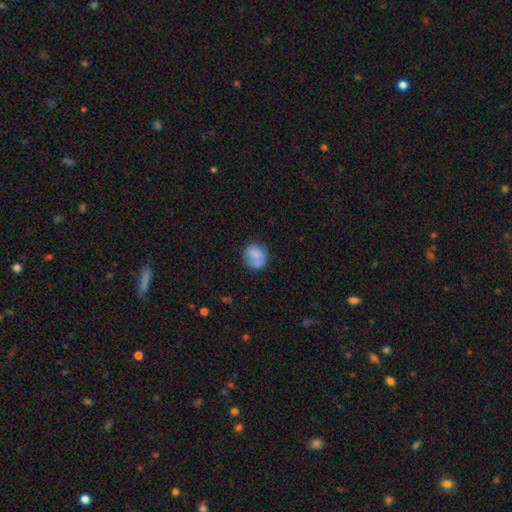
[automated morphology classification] smooth-or-featured: smooth: 72% | featured or disk: 19% | star or artifact: 8%
  how-rounded: round: 78% | in between: 21% | cigar-shaped: 1%
  merging: none: 55% | minor disturbance: 22% | merger: 13% | major disturbance: 10%